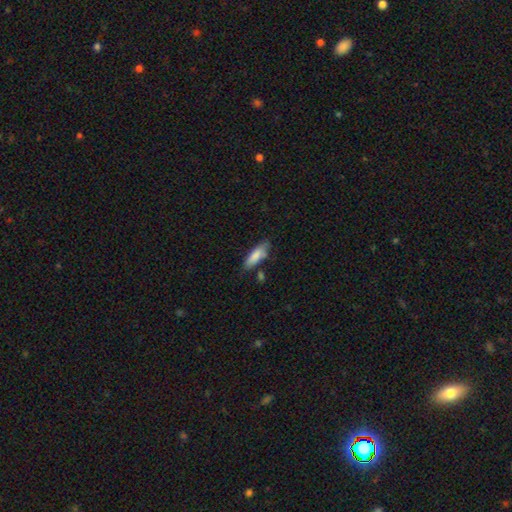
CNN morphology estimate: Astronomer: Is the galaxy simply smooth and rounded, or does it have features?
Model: smooth — 82%.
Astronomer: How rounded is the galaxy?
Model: in between — 55% (runner-up: cigar-shaped, 43%).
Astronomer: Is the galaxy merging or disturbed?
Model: none — 69%.